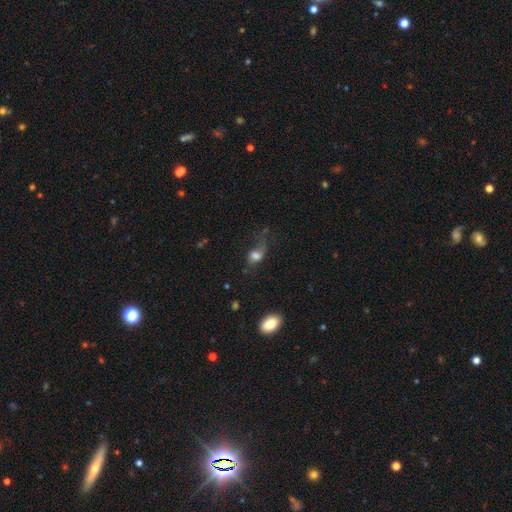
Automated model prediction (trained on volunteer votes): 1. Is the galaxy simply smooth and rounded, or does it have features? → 60% smooth, 28% featured or disk, 12% star or artifact.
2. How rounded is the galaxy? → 62% in between, 35% round, 3% cigar-shaped.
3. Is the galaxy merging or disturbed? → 46% major disturbance, 27% none, 22% minor disturbance, 5% merger.